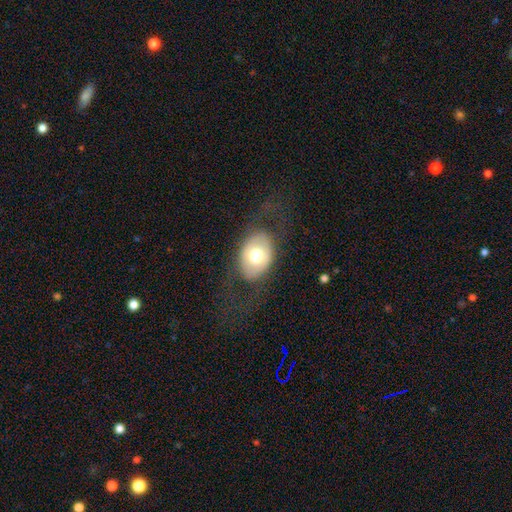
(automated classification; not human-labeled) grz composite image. It shows a smooth galaxy with no disk features (60%) that is in between round and cigar-shaped (81%). Merging: none (69%).